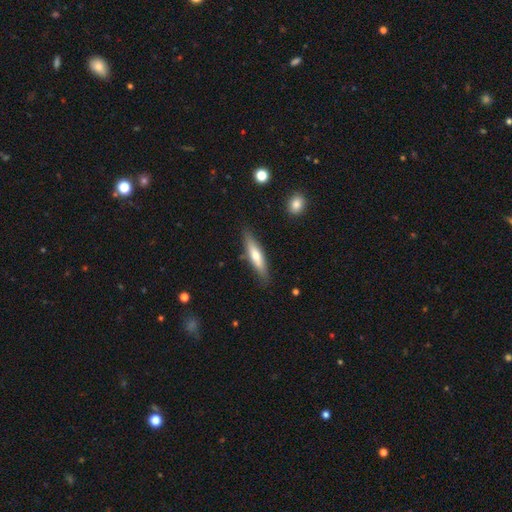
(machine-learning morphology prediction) Smooth or featured? smooth (58%)
How rounded? cigar-shaped (80%)
Merging? none (83%)